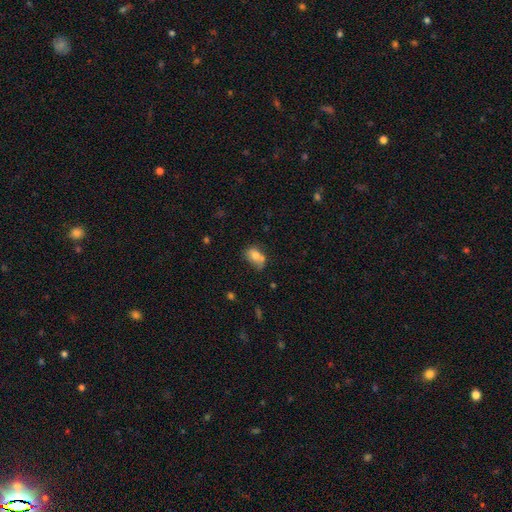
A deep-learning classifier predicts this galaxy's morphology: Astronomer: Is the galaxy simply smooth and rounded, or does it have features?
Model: smooth — 72%.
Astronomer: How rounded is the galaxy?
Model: in between — 71%.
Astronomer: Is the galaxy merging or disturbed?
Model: none — 32% (runner-up: minor disturbance, 28%).